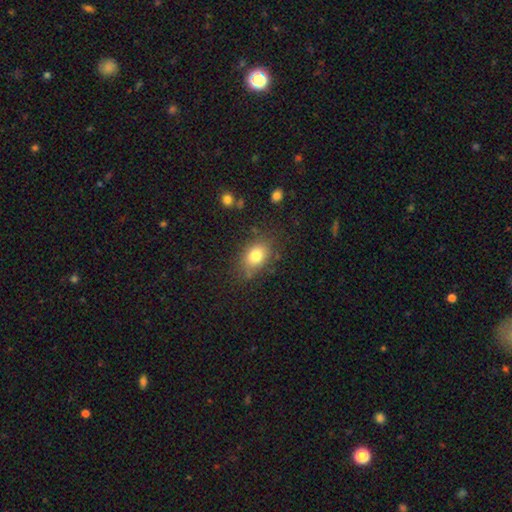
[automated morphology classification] Q: Smooth or featured?
A: smooth (79%); runner-up: featured or disk (11%)
Q: How rounded?
A: in between (73%); runner-up: round (25%)
Q: Merging?
A: none (76%); runner-up: minor disturbance (17%)